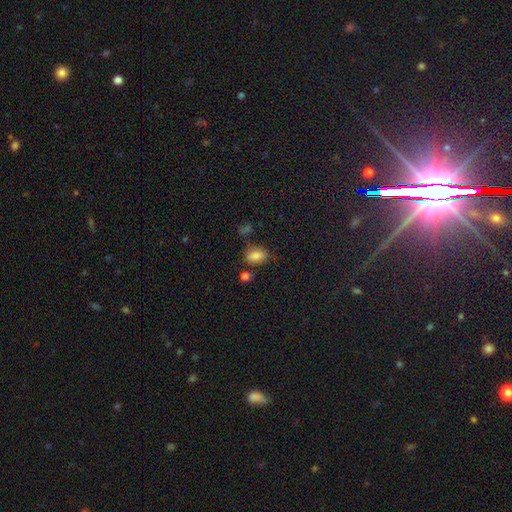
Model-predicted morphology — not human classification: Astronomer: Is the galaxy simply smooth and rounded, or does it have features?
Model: smooth — 83%.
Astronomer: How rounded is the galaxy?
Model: in between — 80%.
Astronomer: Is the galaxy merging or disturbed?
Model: none — 69%.